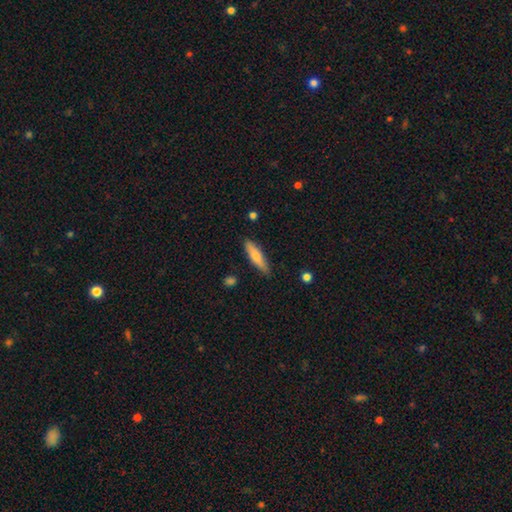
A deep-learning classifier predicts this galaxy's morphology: Smooth or featured? smooth (68%)
How rounded? cigar-shaped (73%)
Merging? none (84%)